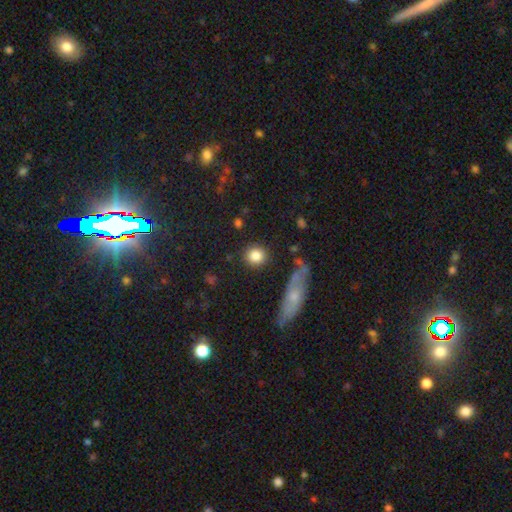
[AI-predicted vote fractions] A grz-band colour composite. It shows a smooth galaxy with no disk features (83%) that is round (88%). Merging: none (88%).